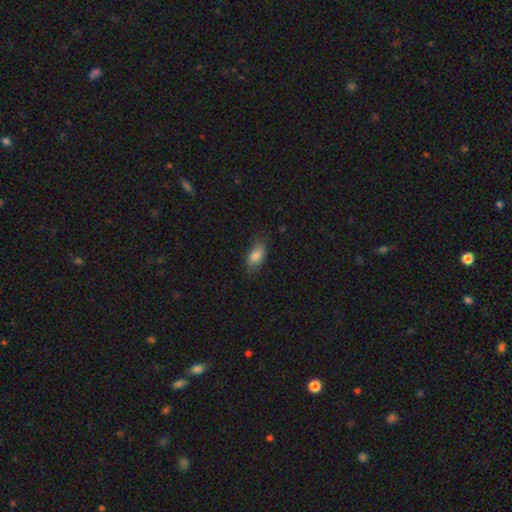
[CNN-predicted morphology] Smooth or featured: smooth — 82% (featured or disk — 10%)
How rounded: in between — 87% (cigar-shaped — 9%)
Merging: none — 76% (minor disturbance — 18%)